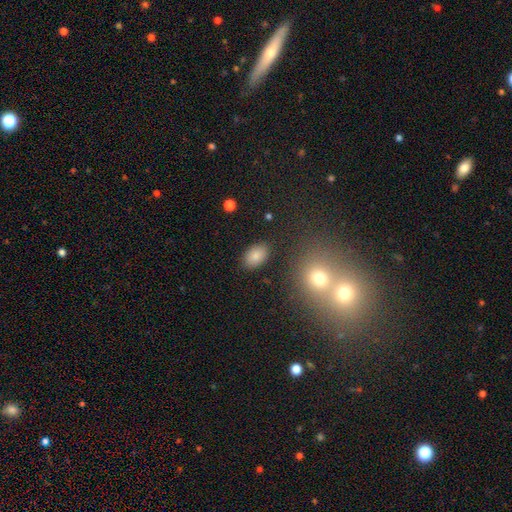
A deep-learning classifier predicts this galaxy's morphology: Overall: smooth (84%). How rounded: in between (88%). Merging: none (86%).